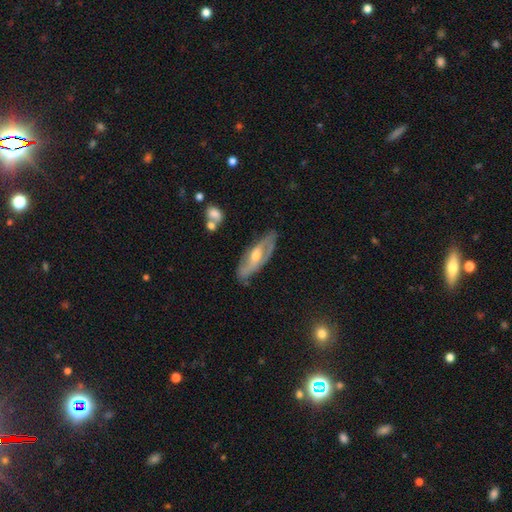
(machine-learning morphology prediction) Smooth or featured? featured or disk (72%)
Edge-on disk? no (74%)
Bar? no (40%)
Spiral arms? yes (68%)
Bulge size? moderate (67%)
Merging? none (74%)